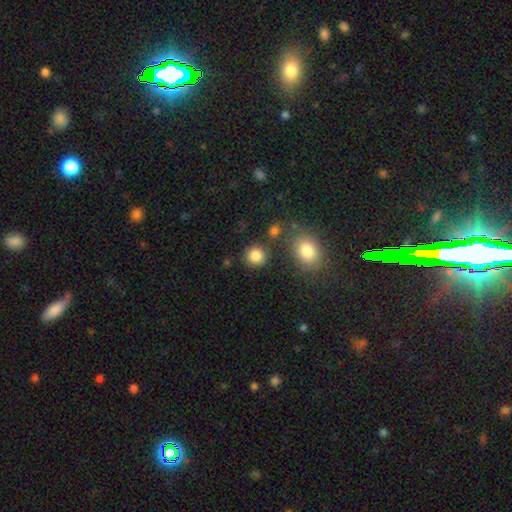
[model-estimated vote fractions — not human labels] This appears to be a smooth galaxy with no disk features (85%) that is round (89%). Merging: none (84%).